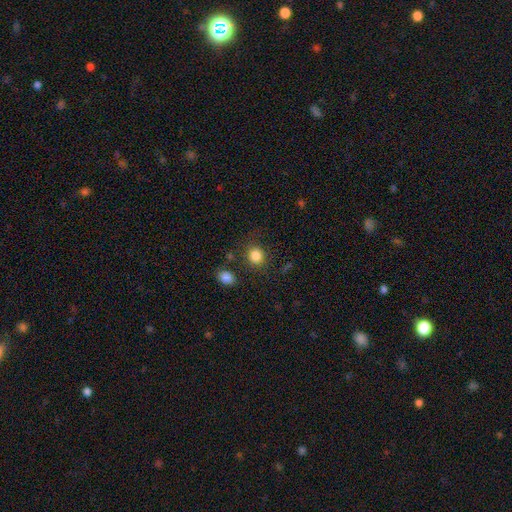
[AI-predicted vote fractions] This is clearly a smooth galaxy (85%). How rounded: likely round (78%). Merging: likely none (80%).